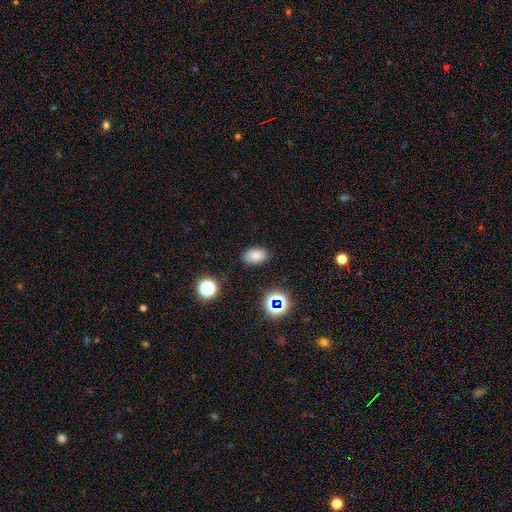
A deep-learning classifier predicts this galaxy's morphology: Smooth or featured: smooth — 79% (star or artifact — 14%)
How rounded: in between — 89% (round — 10%)
Merging: none — 84% (minor disturbance — 11%)